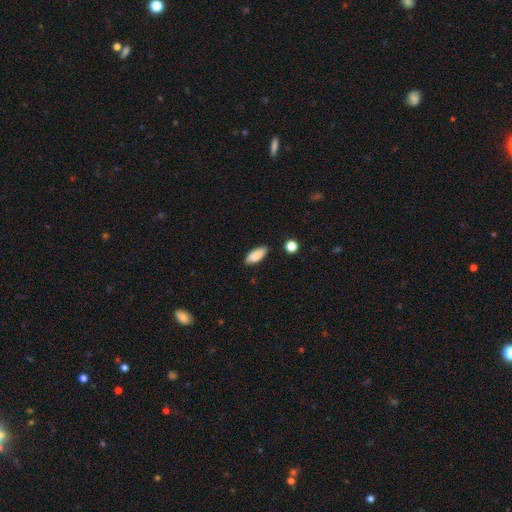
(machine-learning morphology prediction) Smooth or featured? Predicted: smooth (p=0.88). How rounded? Predicted: in between (p=0.86). Merging? Predicted: none (p=0.84).